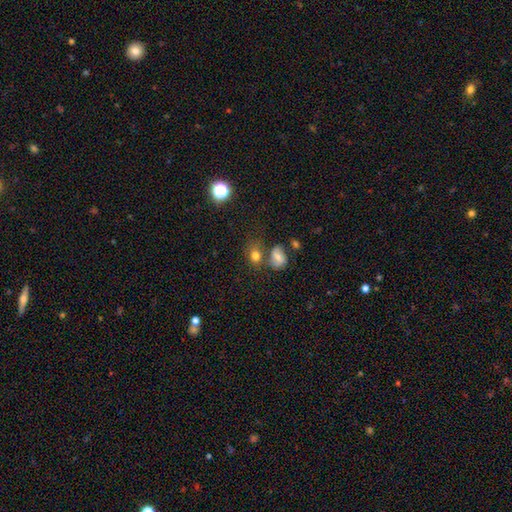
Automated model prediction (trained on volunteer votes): Overall: smooth (75%). How rounded: round (51%; in between 48%). Merging: none (51%; merger 28%).